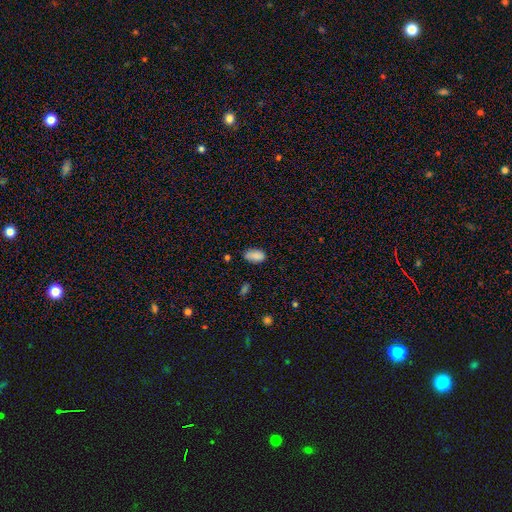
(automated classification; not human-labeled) This is clearly a smooth galaxy (86%). How rounded: clearly in between (93%). Merging: likely none (71%).